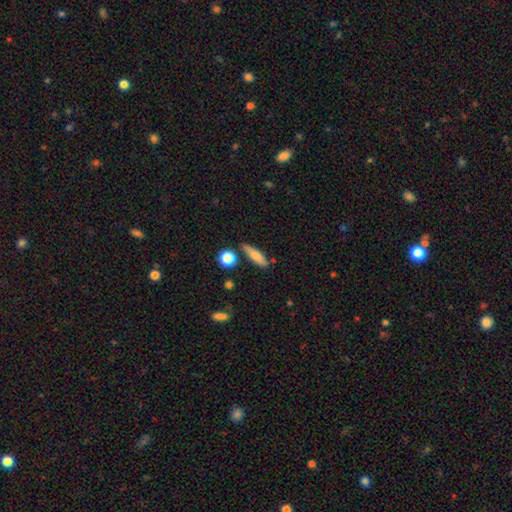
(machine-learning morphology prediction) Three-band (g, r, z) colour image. It shows a smooth galaxy with no disk features (69%) that is cigar-shaped (65%). Merging: none (75%).